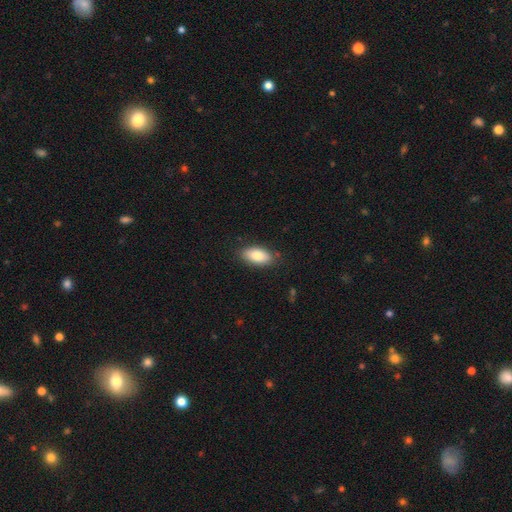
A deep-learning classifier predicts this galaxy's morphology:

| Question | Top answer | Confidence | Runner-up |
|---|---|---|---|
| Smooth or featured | smooth | 80% | featured or disk (13%) |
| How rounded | in between | 90% | cigar-shaped (7%) |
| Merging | none | 84% | minor disturbance (12%) |